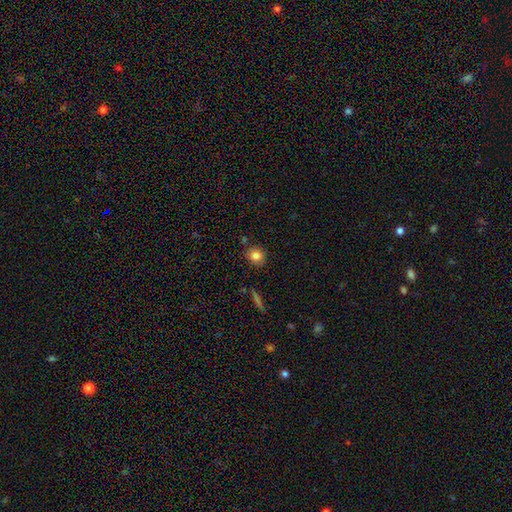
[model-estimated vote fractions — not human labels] Smooth or featured? smooth (82%)
How rounded? round (81%)
Merging? none (83%)